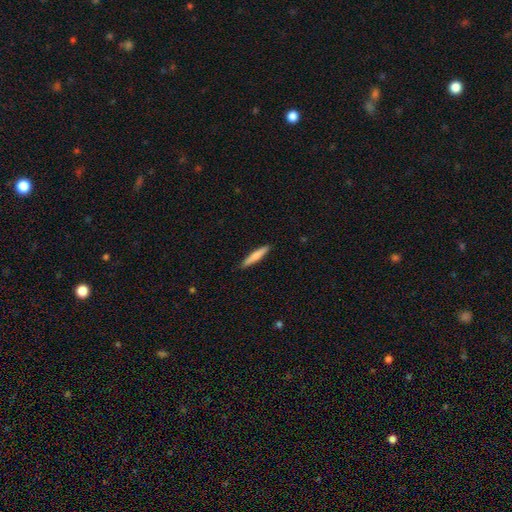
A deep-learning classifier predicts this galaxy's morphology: Overall: smooth (73%). How rounded: cigar-shaped (91%). Merging: none (91%).